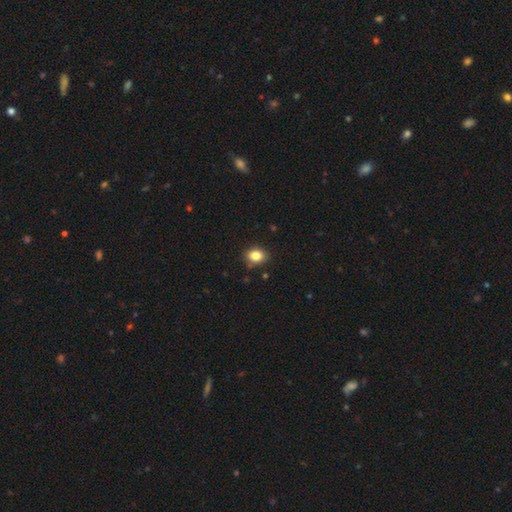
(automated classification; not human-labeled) A smooth galaxy with no disk features (84%) that is in between round and cigar-shaped (59%). Merging: none (85%).